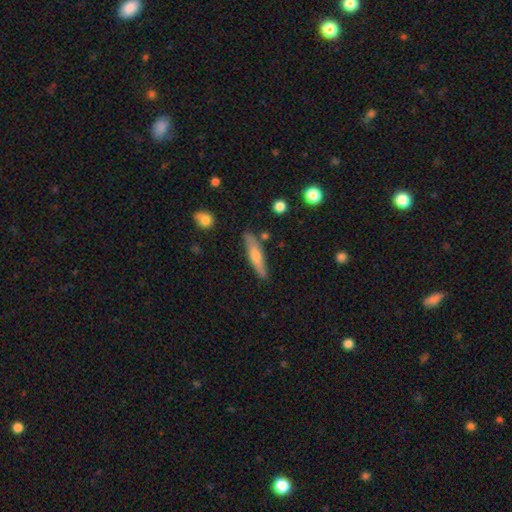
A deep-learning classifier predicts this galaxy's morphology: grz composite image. It shows a smooth galaxy with no disk features (53%) that is cigar-shaped (84%). Merging: none (82%).